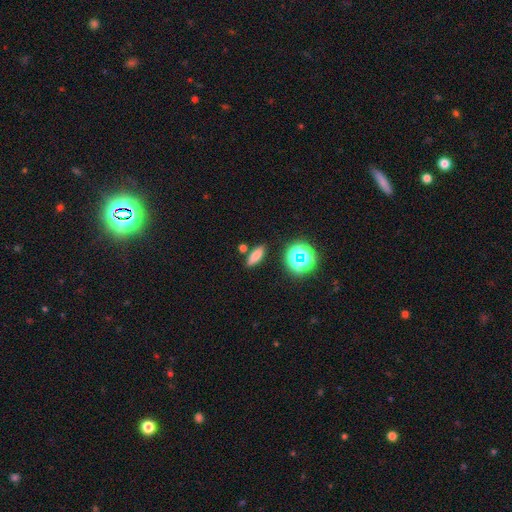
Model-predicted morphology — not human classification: Smooth or featured?
  - smooth: 75% *
  - star or artifact: 17%
  - featured or disk: 8%
How rounded?
  - in between: 51% *
  - cigar-shaped: 41%
  - round: 8%
Merging?
  - none: 84% *
  - minor disturbance: 9%
  - merger: 5%
  - major disturbance: 3%